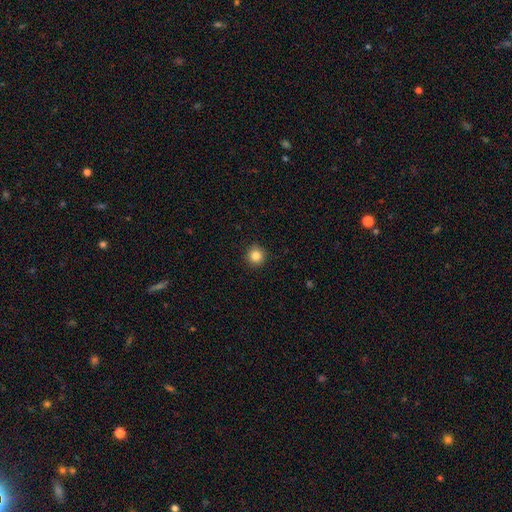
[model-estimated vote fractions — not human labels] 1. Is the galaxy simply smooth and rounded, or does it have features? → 85% smooth, 11% star or artifact, 5% featured or disk.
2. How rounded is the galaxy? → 95% round, 4% in between, 1% cigar-shaped.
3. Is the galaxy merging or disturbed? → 91% none, 6% minor disturbance, 2% major disturbance, 1% merger.